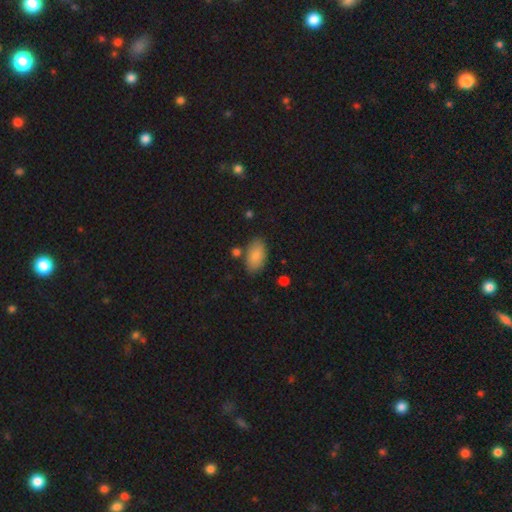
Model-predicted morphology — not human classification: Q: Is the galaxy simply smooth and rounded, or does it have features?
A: smooth — 84%.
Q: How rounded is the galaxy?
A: in between — 93%.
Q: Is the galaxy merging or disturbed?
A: none — 79%.